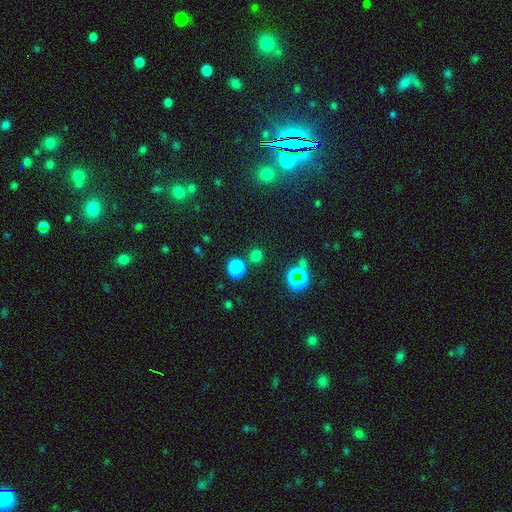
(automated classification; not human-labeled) Smooth or featured? smooth (64%)
How rounded? round (91%)
Merging? none (82%)